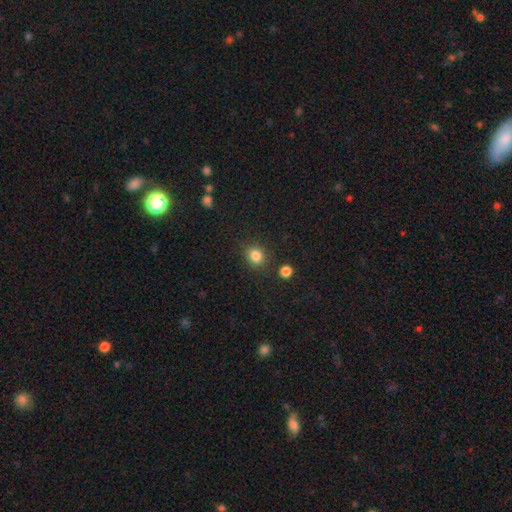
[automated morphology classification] smooth 83%, star or artifact 12%, featured or disk 5%. Down the decision tree: how rounded — round (73%); merging — none (83%).